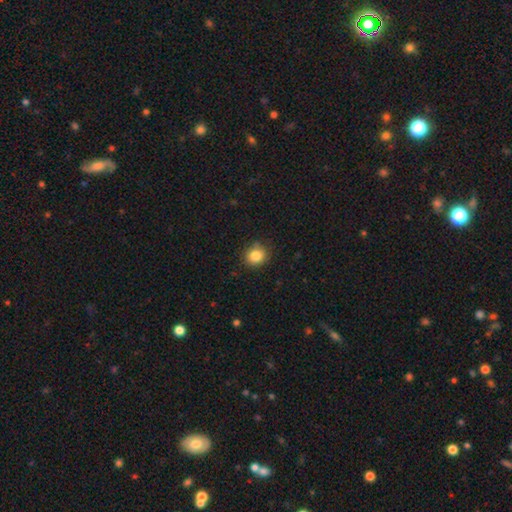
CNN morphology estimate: A smooth galaxy with no disk features (84%) that is round (80%). Merging: none (83%).